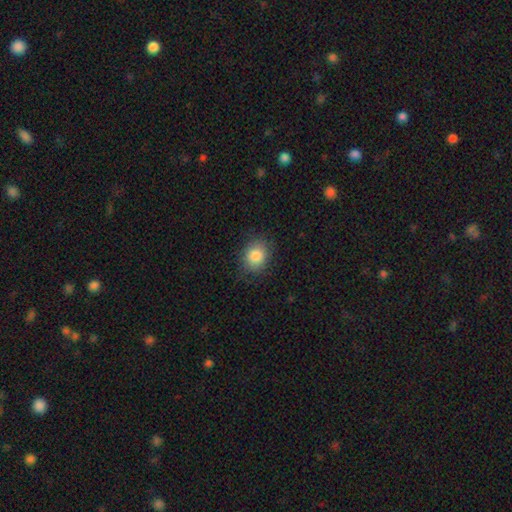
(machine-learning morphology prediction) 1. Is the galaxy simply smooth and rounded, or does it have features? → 84% smooth, 9% star or artifact, 7% featured or disk.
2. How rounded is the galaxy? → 57% round, 42% in between, 1% cigar-shaped.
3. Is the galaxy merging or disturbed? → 80% none, 15% minor disturbance, 4% major disturbance, 1% merger.